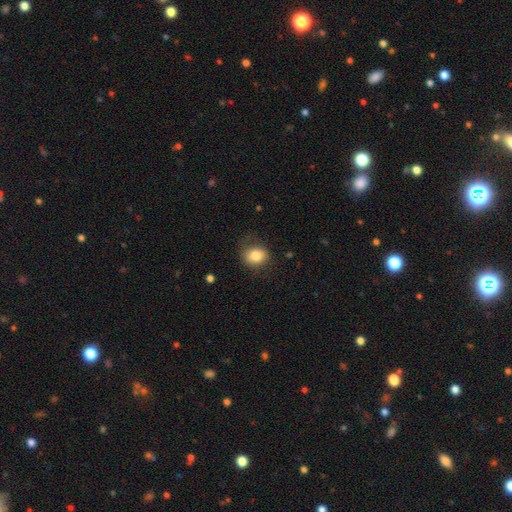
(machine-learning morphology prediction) Smooth or featured? Predicted: smooth (p=0.81). How rounded? Predicted: round (p=0.56). Merging? Predicted: none (p=0.68).